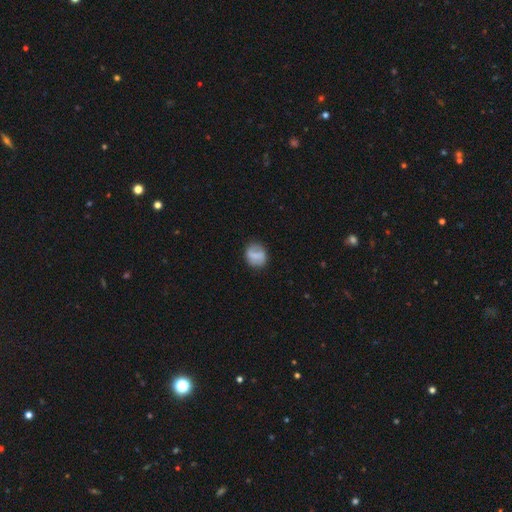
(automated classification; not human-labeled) The model was most divided on "smooth or featured": smooth: 60%, featured or disk: 31%, star or artifact: 8%. More confident: merging — none (78%); how rounded — round (67%).